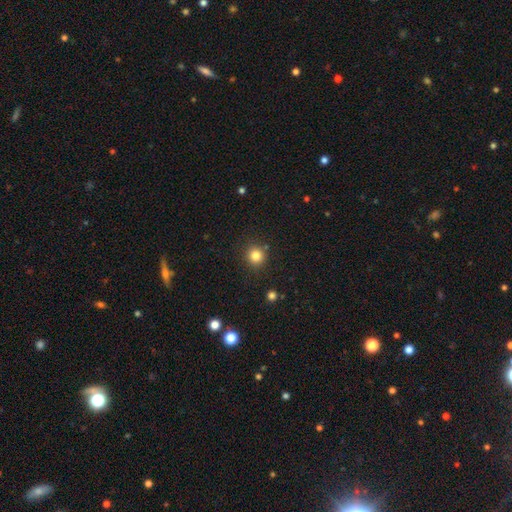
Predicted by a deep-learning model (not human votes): smooth_or_featured: smooth (p=0.83) [alt: star or artifact p=0.12]
how_rounded: round (p=0.92) [alt: in between p=0.07]
merging: none (p=0.87) [alt: minor disturbance p=0.07]